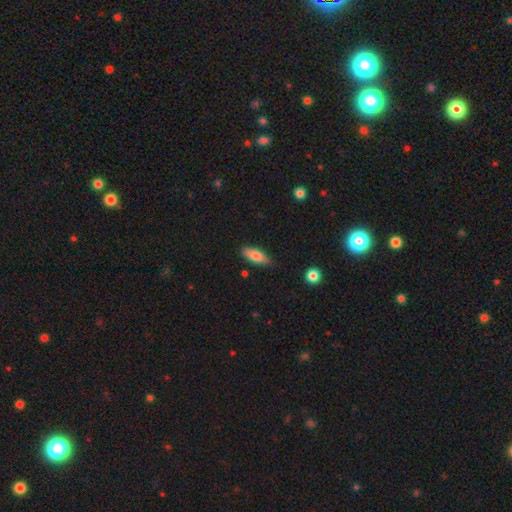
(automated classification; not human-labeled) Smooth or featured?
  - smooth: 75% *
  - featured or disk: 18%
  - star or artifact: 7%
How rounded?
  - in between: 70% *
  - cigar-shaped: 27%
  - round: 2%
Merging?
  - none: 81% *
  - minor disturbance: 15%
  - major disturbance: 2%
  - merger: 2%